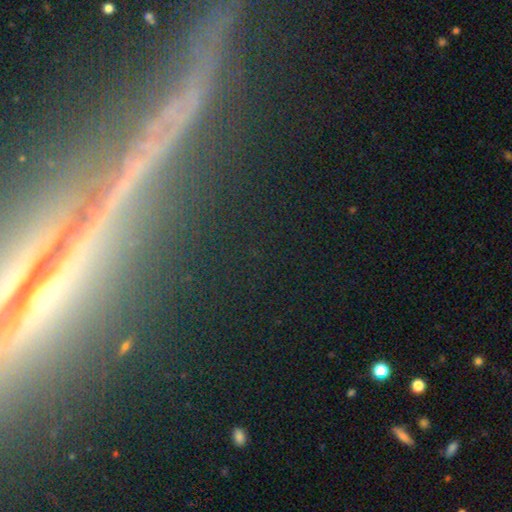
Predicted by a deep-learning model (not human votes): Q: Smooth or featured?
A: star or artifact (57%); runner-up: featured or disk (24%)